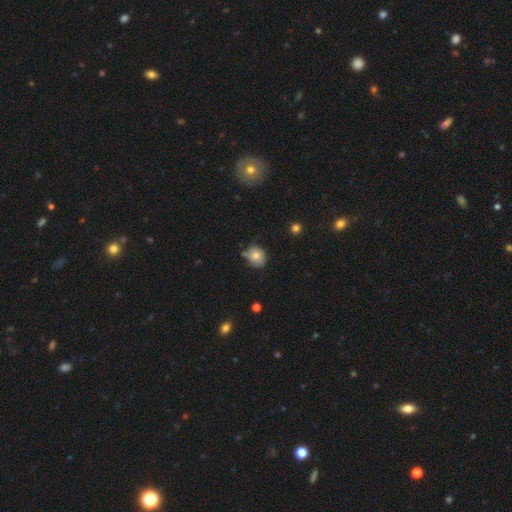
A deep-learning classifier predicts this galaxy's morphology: Smooth or featured? smooth (74%)
How rounded? round (63%)
Merging? none (55%)